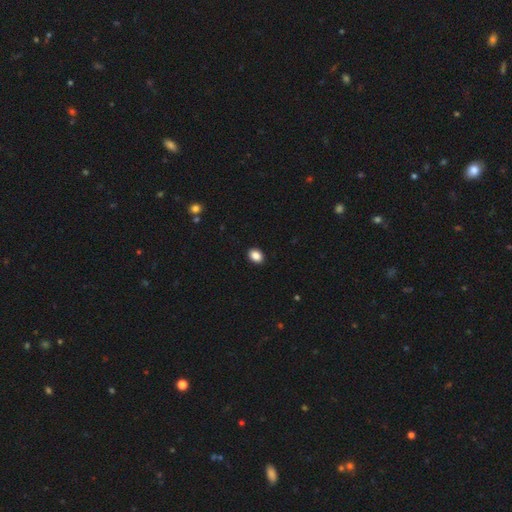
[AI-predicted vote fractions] A smooth galaxy with no disk features (88%) that is in between round and cigar-shaped (70%). Merging: none (91%).